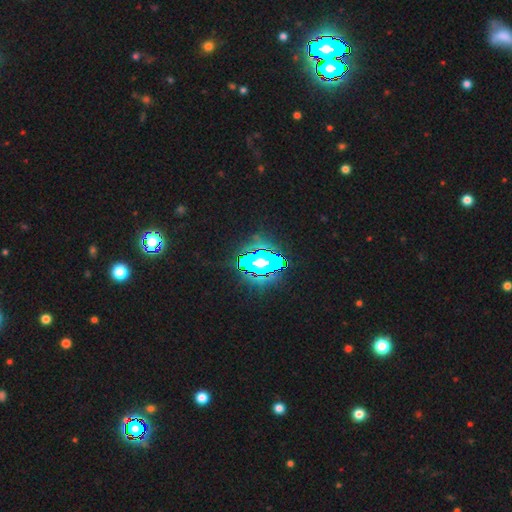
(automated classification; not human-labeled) A star or artifact, not a galaxy (80%).

Vote fractions:
- Smooth or featured? star or artifact: 80% / smooth: 11% / featured or disk: 9%